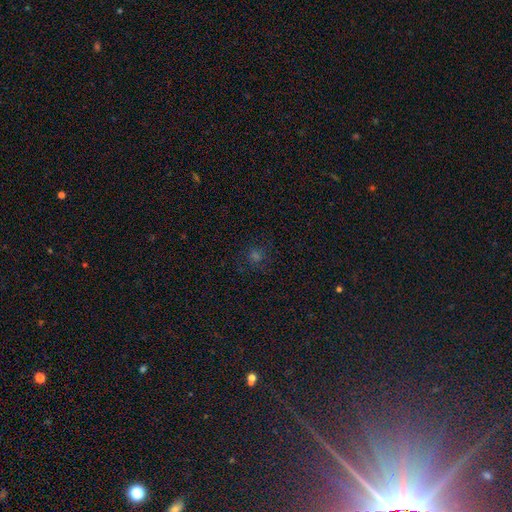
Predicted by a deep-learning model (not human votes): smooth-or-featured: smooth: 47% | star or artifact: 42% | featured or disk: 11%
  merging: none: 84% | minor disturbance: 10% | major disturbance: 5% | merger: 2%